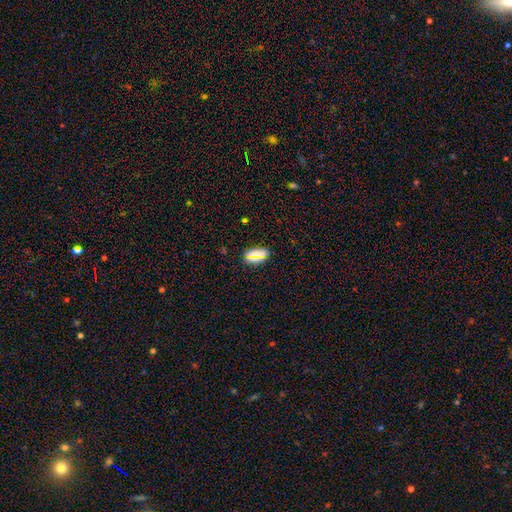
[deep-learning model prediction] A smooth galaxy with no disk features (72%) that is in between round and cigar-shaped (83%). Merging: none (85%).